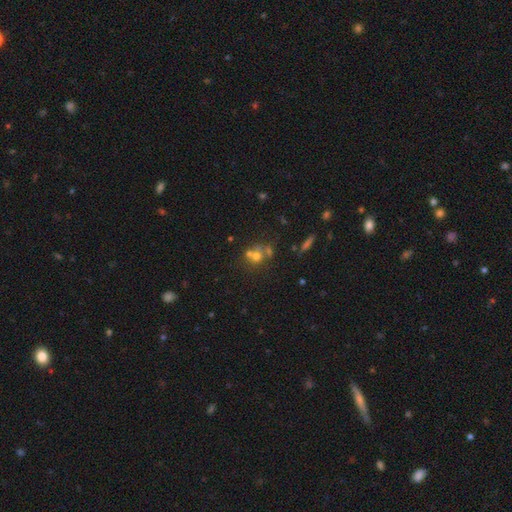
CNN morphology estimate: A smooth galaxy with no disk features (54%) that is round (79%).

Vote fractions:
- Smooth or featured? smooth: 54% / featured or disk: 25% / star or artifact: 21%
- How rounded? round: 79% / in between: 20% / cigar-shaped: 1%
- Merging? merger: 45% / none: 41% / minor disturbance: 9% / major disturbance: 5%